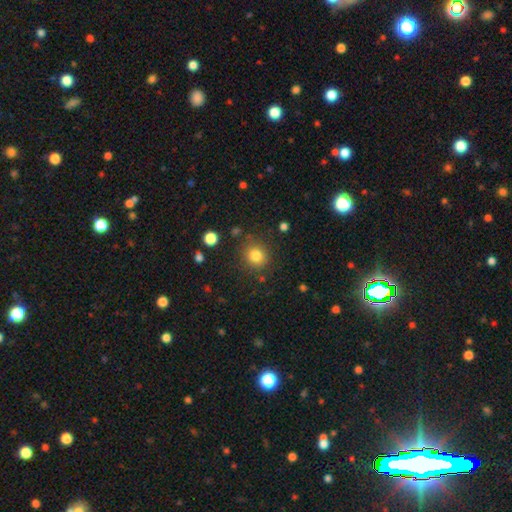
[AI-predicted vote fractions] This is clearly a smooth galaxy (82%). How rounded: clearly round (89%). Merging: clearly none (85%).